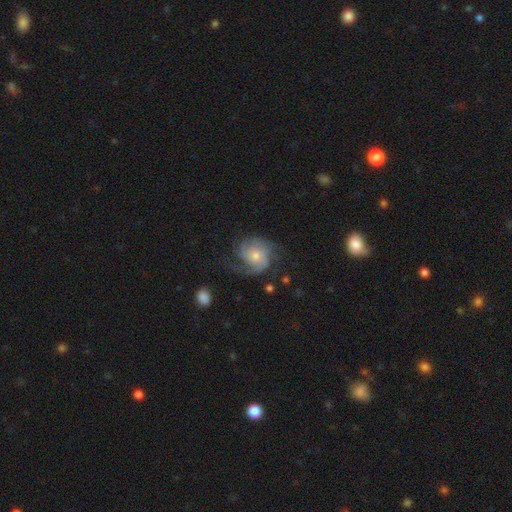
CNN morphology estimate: featured or disk 74%, smooth 20%, star or artifact 7%. Down the decision tree: edge-on disk — no (98%); bar — no (76%); spiral arms — yes (93%); spiral arm count — 2 (42%); spiral winding — medium (44%); bulge size — small (49%); merging — none (55%).